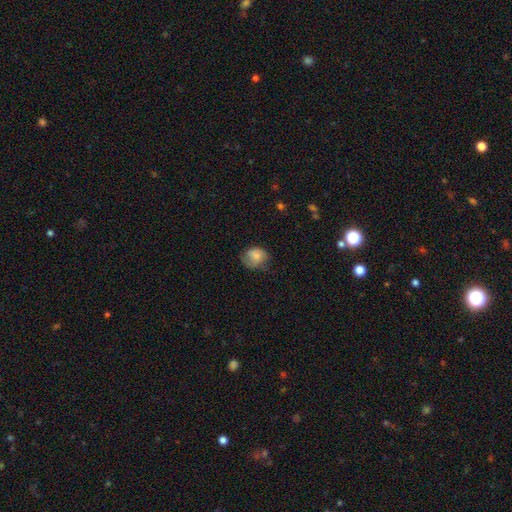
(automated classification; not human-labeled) smooth 74%, featured or disk 18%, star or artifact 8%. Down the decision tree: how rounded — round (51%); merging — none (51%).